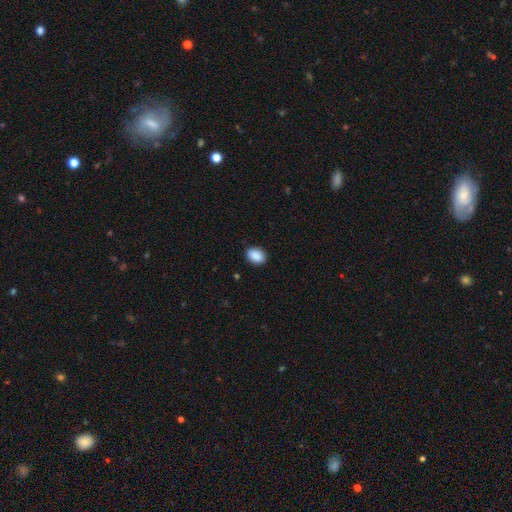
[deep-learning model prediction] Smooth or featured? Predicted: smooth (p=0.90). How rounded? Predicted: in between (p=0.82). Merging? Predicted: none (p=0.88).